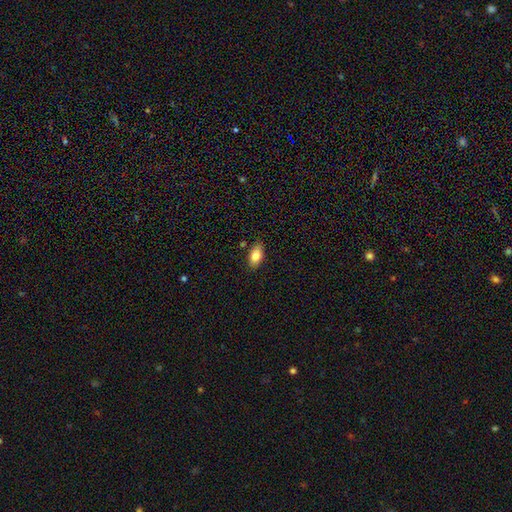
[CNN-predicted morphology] Smooth or featured? Predicted: smooth (p=0.82). How rounded? Predicted: in between (p=0.91). Merging? Predicted: none (p=0.84).